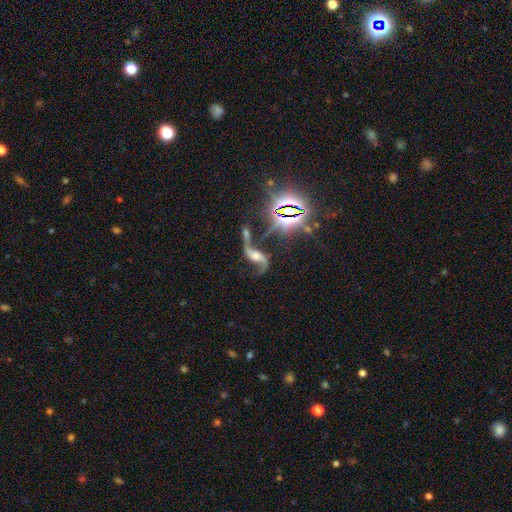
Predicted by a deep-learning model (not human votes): The model was most divided on "bulge size": moderate: 39%, small: 21%, none: 18%, large: 17%, dominant: 4%. More confident: edge-on disk — no (95%); spiral arms — yes (94%); spiral arm count — 2 (92%); spiral winding — loose (90%); smooth or featured — featured or disk (79%); merging — none (54%); bar — no (53%).